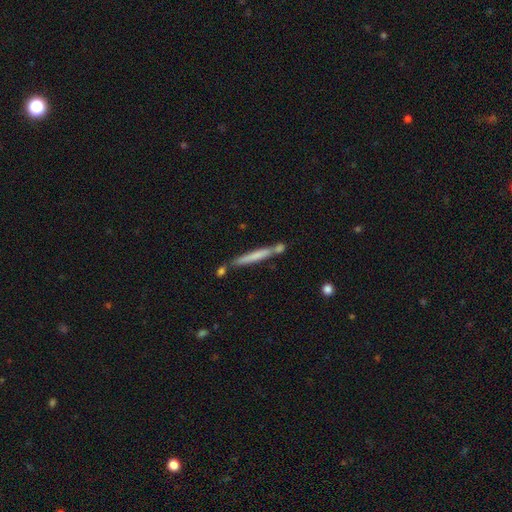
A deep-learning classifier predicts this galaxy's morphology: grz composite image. It shows a smooth galaxy with no disk features (57%) that is cigar-shaped (96%). Merging: none (69%).